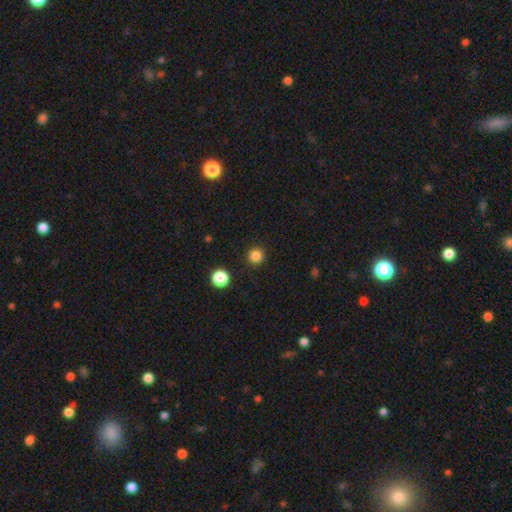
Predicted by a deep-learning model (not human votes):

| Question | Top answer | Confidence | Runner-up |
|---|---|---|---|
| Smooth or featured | smooth | 84% | star or artifact (13%) |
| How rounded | round | 95% | in between (4%) |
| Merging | none | 91% | minor disturbance (5%) |